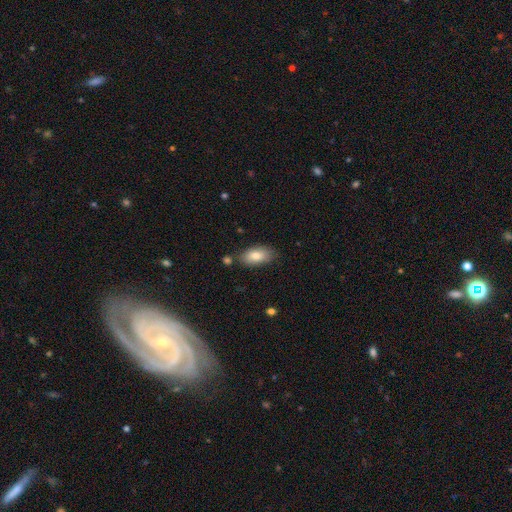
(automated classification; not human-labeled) Q: Smooth or featured?
A: smooth (81%); runner-up: featured or disk (12%)
Q: How rounded?
A: in between (91%); runner-up: cigar-shaped (5%)
Q: Merging?
A: none (77%); runner-up: minor disturbance (15%)